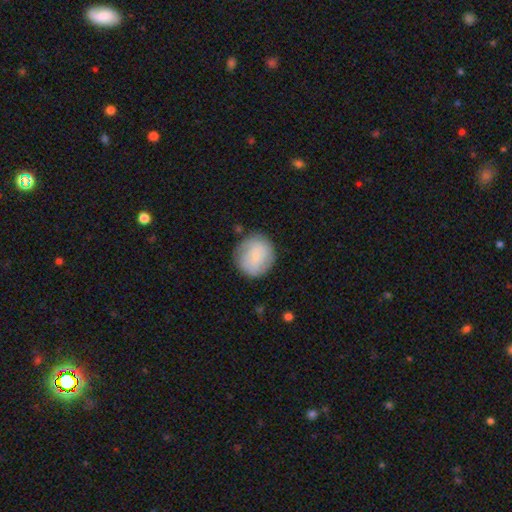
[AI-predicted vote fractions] Smooth or featured? smooth (61%)
How rounded? round (82%)
Merging? none (77%)